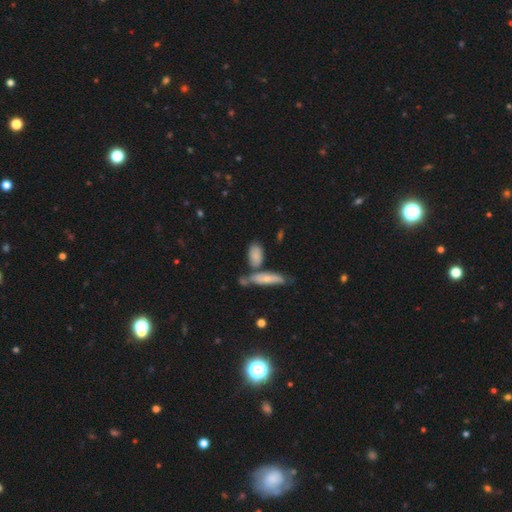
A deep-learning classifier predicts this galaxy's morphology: Overall: smooth (77%). How rounded: in between (83%). Merging: none (51%; merger 27%).